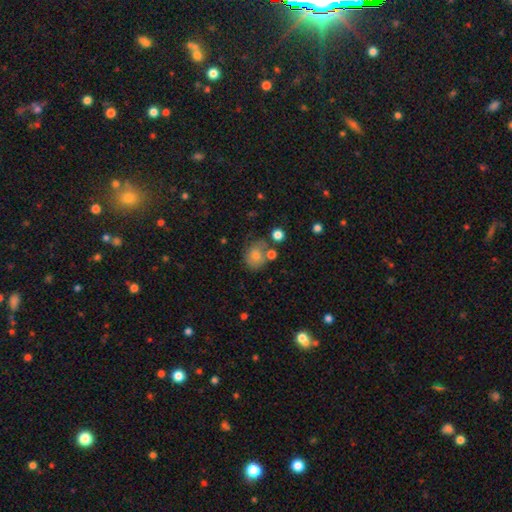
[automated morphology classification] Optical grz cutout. It shows a smooth galaxy with no disk features (69%) that is round (63%). Merging: none (56%).